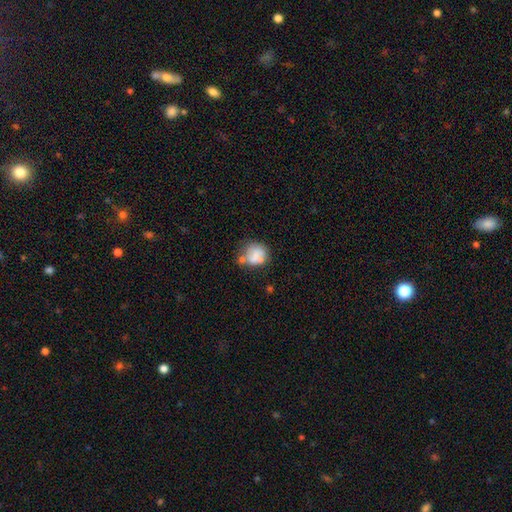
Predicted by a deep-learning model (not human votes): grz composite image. It shows a smooth galaxy with no disk features (64%) that is round (69%). Merging: none (41%).